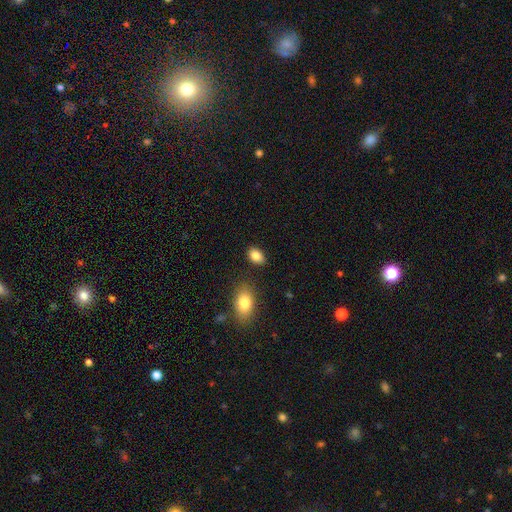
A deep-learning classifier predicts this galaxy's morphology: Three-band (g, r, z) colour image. It shows a smooth galaxy with no disk features (86%) that is in between round and cigar-shaped (83%). Merging: none (84%).